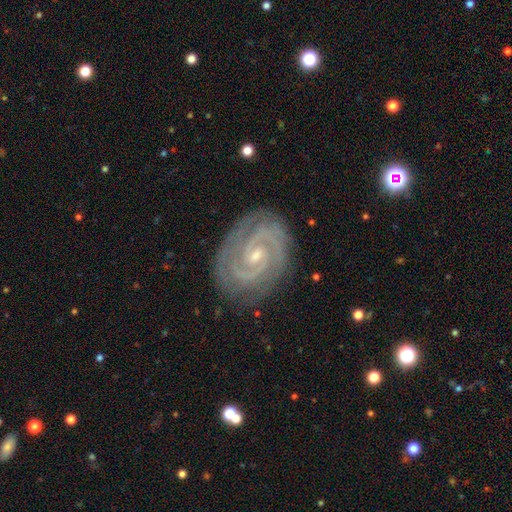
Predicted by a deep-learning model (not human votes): smooth_or_featured: featured or disk (p=0.91) [alt: star or artifact p=0.05]
disk_edge_on: no (p=0.97) [alt: yes p=0.03]
bar: no (p=0.47) [alt: weak p=0.39]
has_spiral_arms: yes (p=0.98) [alt: no p=0.02]
spiral_winding: tight (p=0.72) [alt: medium p=0.25]
spiral_arm_count: 2 (p=0.80) [alt: 3 p=0.08]
bulge_size: small (p=0.71) [alt: moderate p=0.26]
merging: none (p=0.82) [alt: minor disturbance p=0.13]